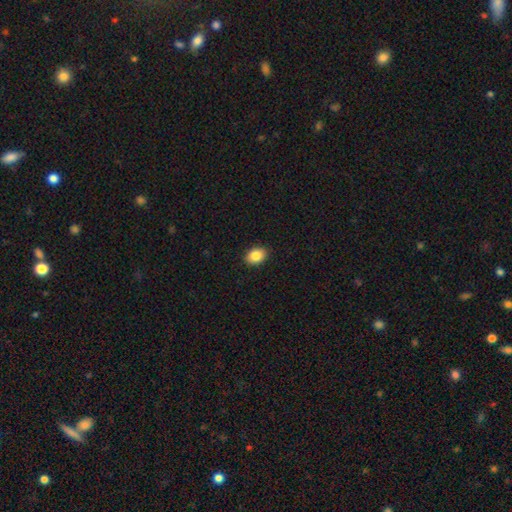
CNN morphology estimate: Smooth or featured: smooth — 87% (star or artifact — 8%)
How rounded: in between — 78% (round — 21%)
Merging: none — 91% (minor disturbance — 7%)